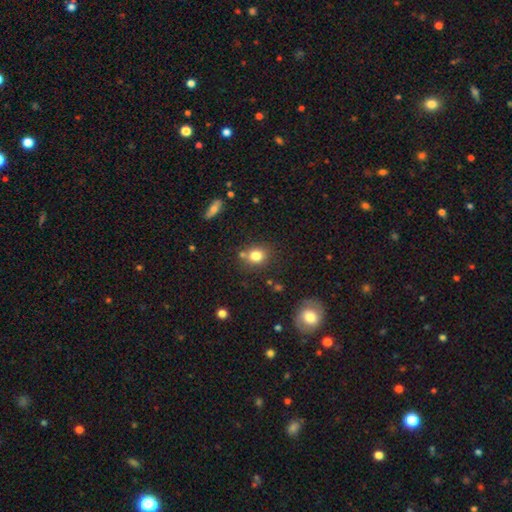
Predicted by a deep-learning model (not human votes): Smooth or featured? smooth (80%)
How rounded? round (71%)
Merging? none (69%)